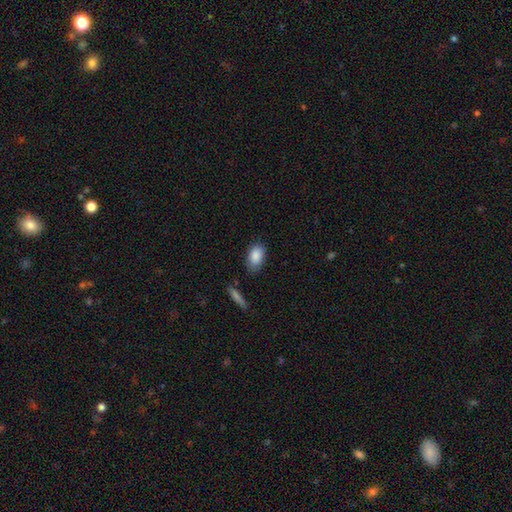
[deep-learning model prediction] A smooth galaxy with no disk features (88%) that is in between round and cigar-shaped (90%). Merging: none (76%).